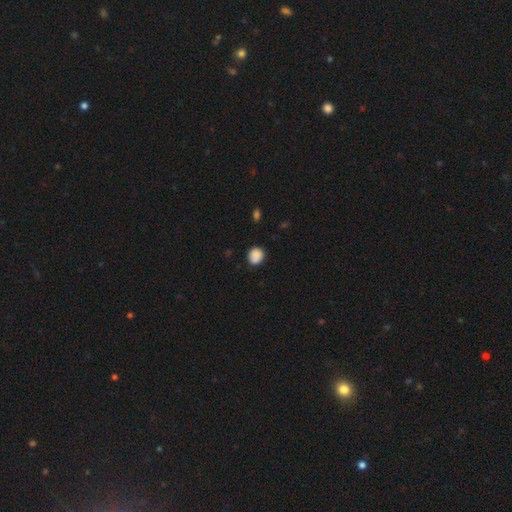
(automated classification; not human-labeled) The model was most divided on "merging": none: 75%, minor disturbance: 17%, merger: 4%, major disturbance: 4%. More confident: smooth or featured — smooth (85%); how rounded — round (80%).